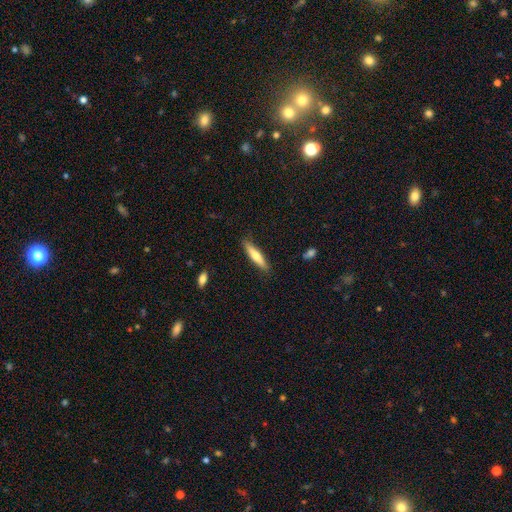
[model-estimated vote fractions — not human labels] Q: Smooth or featured?
A: smooth (63%); runner-up: featured or disk (31%)
Q: How rounded?
A: cigar-shaped (85%); runner-up: in between (14%)
Q: Merging?
A: none (87%); runner-up: minor disturbance (10%)